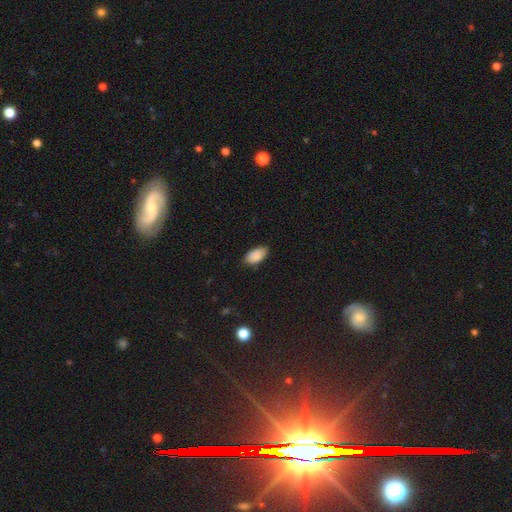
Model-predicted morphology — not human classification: A smooth galaxy with no disk features (89%) that is in between round and cigar-shaped (94%). Merging: none (82%).